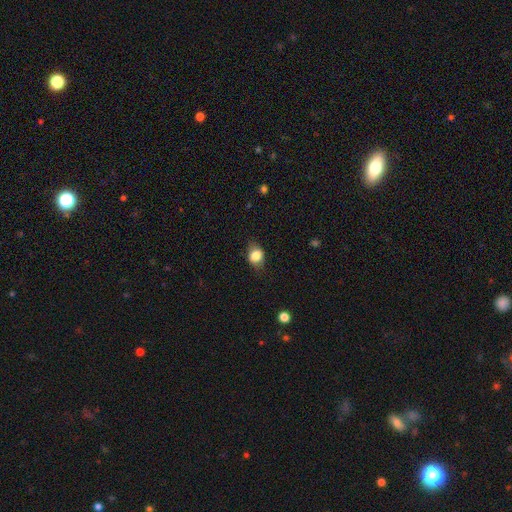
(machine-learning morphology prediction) smooth 77%, featured or disk 14%, star or artifact 9%. Down the decision tree: how rounded — in between (55%); merging — none (72%).